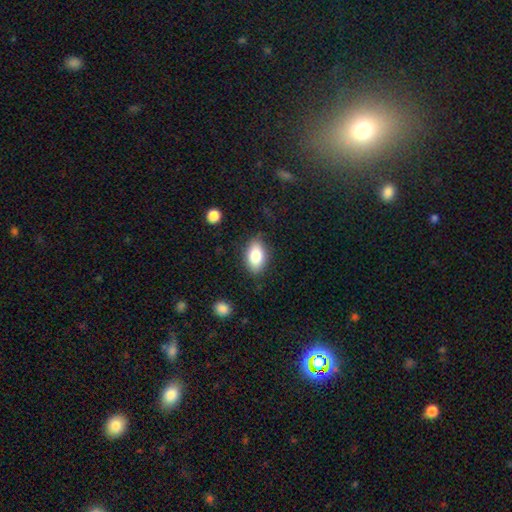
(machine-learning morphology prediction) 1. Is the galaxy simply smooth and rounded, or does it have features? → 81% smooth, 11% featured or disk, 7% star or artifact.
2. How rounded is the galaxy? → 90% in between, 7% round, 3% cigar-shaped.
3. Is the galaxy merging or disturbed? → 82% none, 13% minor disturbance, 3% major disturbance, 1% merger.